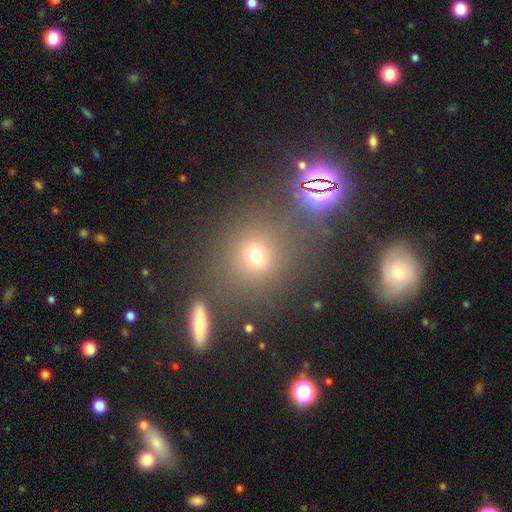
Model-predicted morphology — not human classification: type=smooth (67%); roundness=round (76%); merging=none (69%).